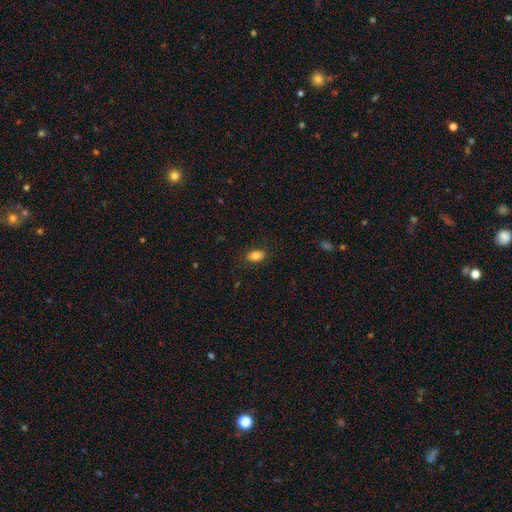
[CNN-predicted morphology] This is clearly a smooth galaxy (83%). How rounded: clearly in between (87%). Merging: clearly none (86%).